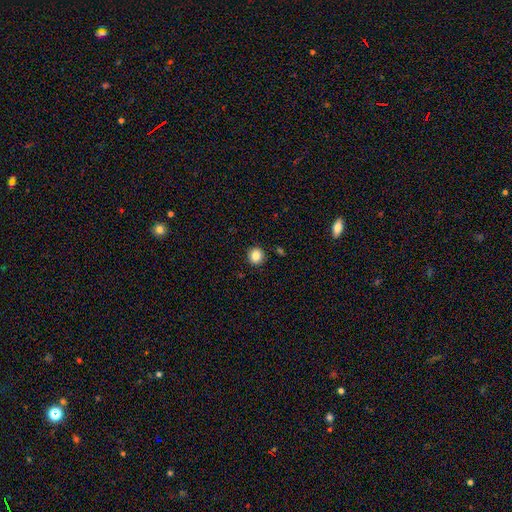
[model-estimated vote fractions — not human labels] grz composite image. It shows a smooth galaxy with no disk features (84%) that is round (88%). Merging: none (91%).